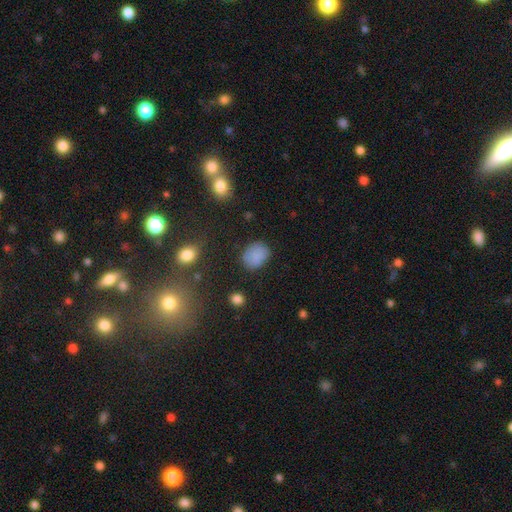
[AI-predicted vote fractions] Smooth or featured? Predicted: smooth (p=0.84). How rounded? Predicted: round (p=0.55). Merging? Predicted: none (p=0.78).